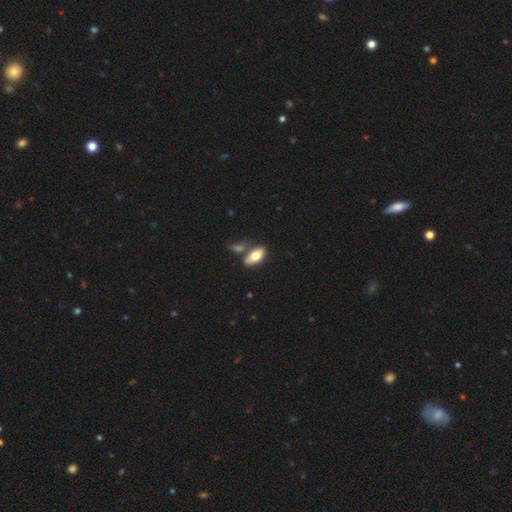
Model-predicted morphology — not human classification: Smooth or featured?
  - smooth: 71% *
  - featured or disk: 23%
  - star or artifact: 6%
How rounded?
  - in between: 88% *
  - cigar-shaped: 8%
  - round: 4%
Merging?
  - none: 61% *
  - merger: 23%
  - minor disturbance: 12%
  - major disturbance: 4%